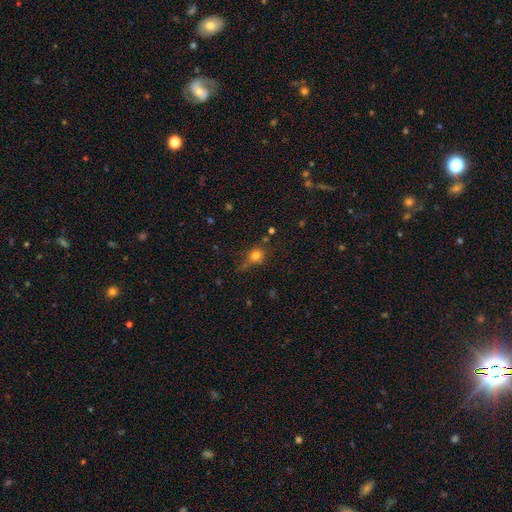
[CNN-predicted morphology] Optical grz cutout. It shows a smooth galaxy with no disk features (76%) that is round (78%). Merging: none (62%).